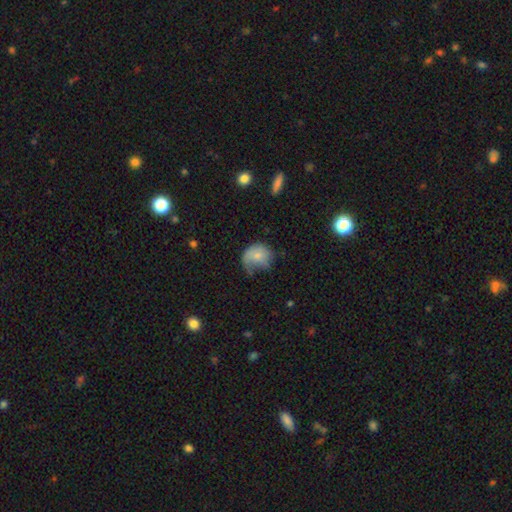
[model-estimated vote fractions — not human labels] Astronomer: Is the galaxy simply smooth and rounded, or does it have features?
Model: smooth — 67%.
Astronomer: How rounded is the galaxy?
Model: round — 67%.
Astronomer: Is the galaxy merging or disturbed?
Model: minor disturbance — 34% (runner-up: major disturbance, 32%).